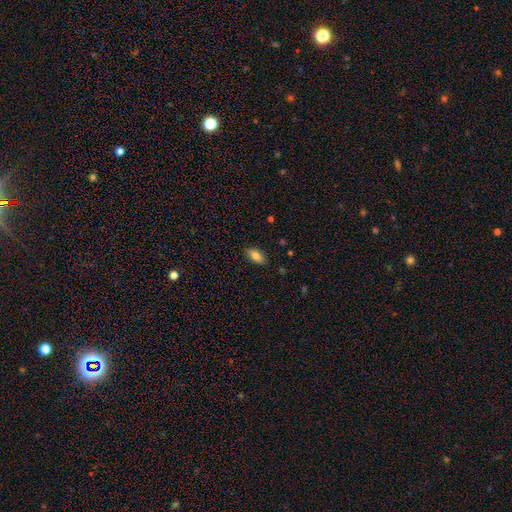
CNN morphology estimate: This is clearly a smooth galaxy (81%). How rounded: clearly in between (88%). Merging: clearly none (87%).